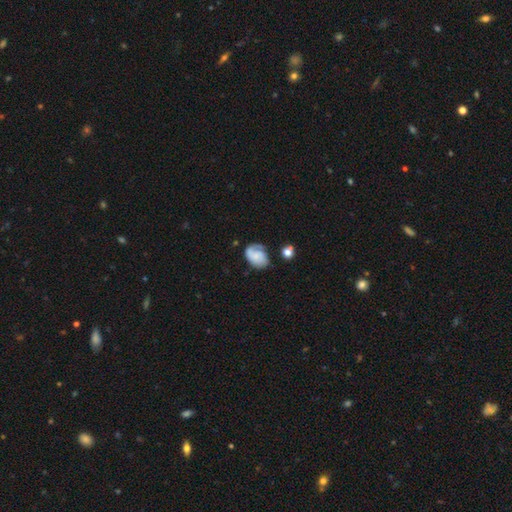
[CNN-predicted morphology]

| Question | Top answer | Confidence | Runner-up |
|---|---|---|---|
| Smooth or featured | smooth | 46% | tied: featured or disk (46%) |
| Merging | none | 49% | minor disturbance (30%) |